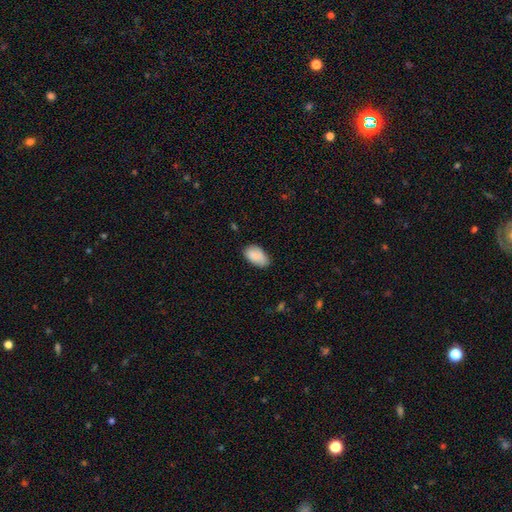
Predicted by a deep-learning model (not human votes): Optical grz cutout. It shows a smooth galaxy with no disk features (87%) that is in between round and cigar-shaped (94%). Merging: none (65%).